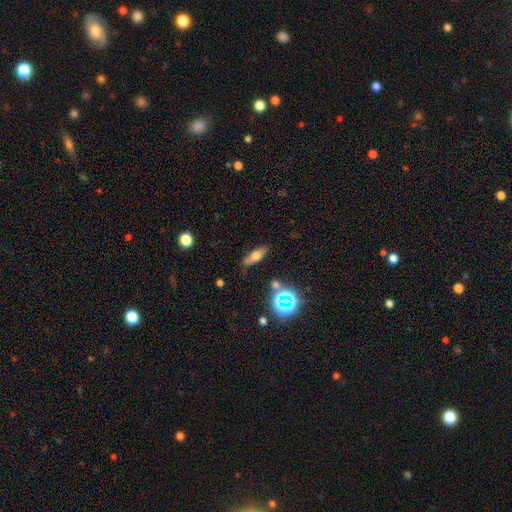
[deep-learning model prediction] Smooth or featured: smooth — 54% (featured or disk — 32%)
How rounded: in between — 54% (cigar-shaped — 39%)
Merging: none — 75% (minor disturbance — 16%)